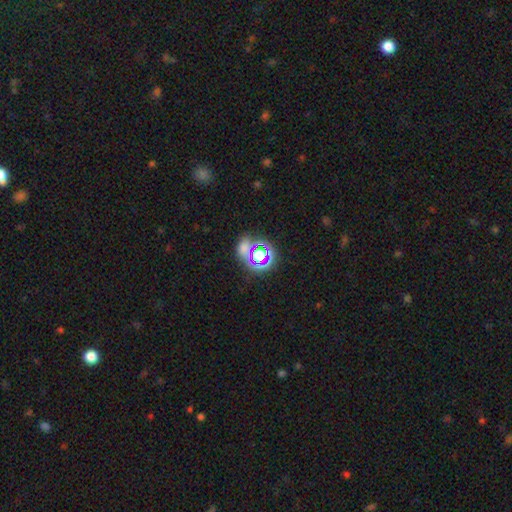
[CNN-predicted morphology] This is possibly a star or artifact rather than a galaxy (51%).